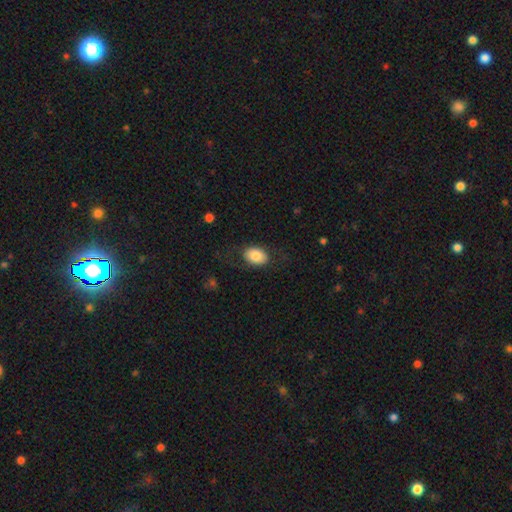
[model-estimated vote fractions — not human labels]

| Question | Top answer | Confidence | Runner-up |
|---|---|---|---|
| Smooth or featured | smooth | 80% | featured or disk (13%) |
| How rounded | in between | 82% | round (17%) |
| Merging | none | 75% | minor disturbance (14%) |